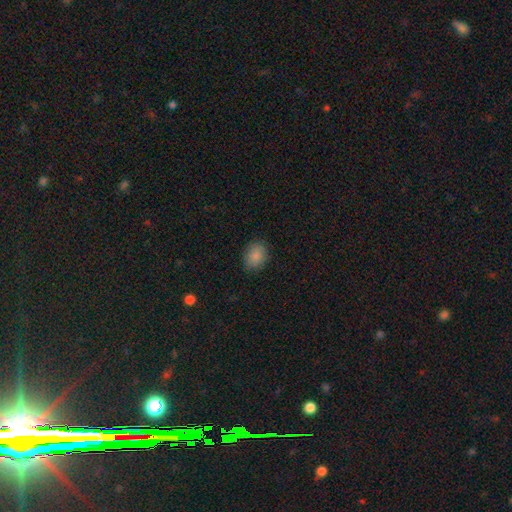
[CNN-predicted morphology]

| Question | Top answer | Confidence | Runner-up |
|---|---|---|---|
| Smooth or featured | smooth | 87% | star or artifact (9%) |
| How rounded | in between | 56% | round (43%) |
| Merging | none | 86% | minor disturbance (11%) |